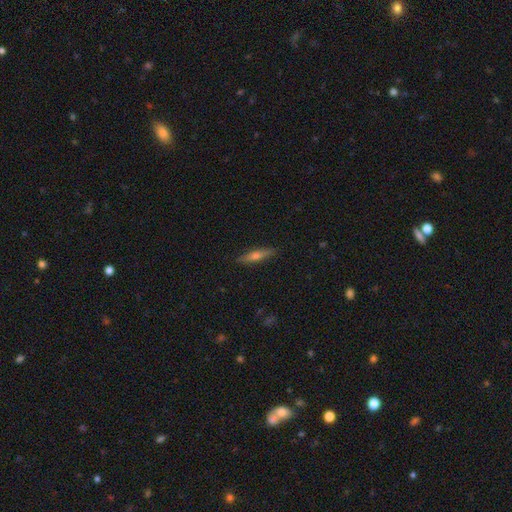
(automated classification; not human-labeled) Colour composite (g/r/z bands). It shows a featured or disk galaxy (49%). Merging: none (89%).